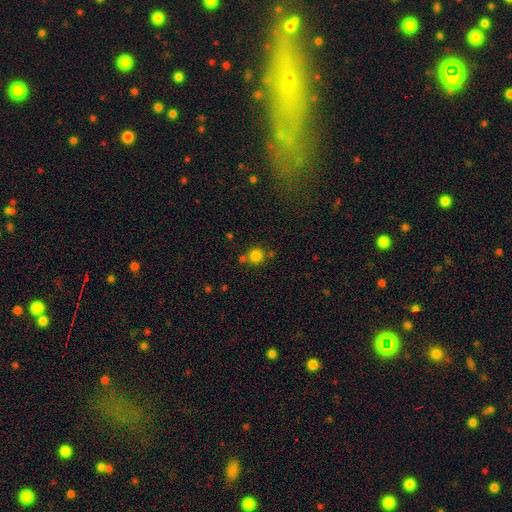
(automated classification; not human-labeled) Overall: smooth (82%). How rounded: round (92%). Merging: none (71%).